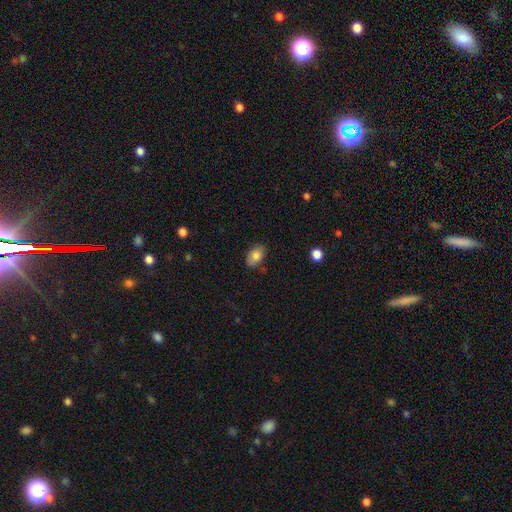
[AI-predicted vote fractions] This is clearly a smooth galaxy (82%). How rounded: clearly in between (87%). Merging: likely none (80%).